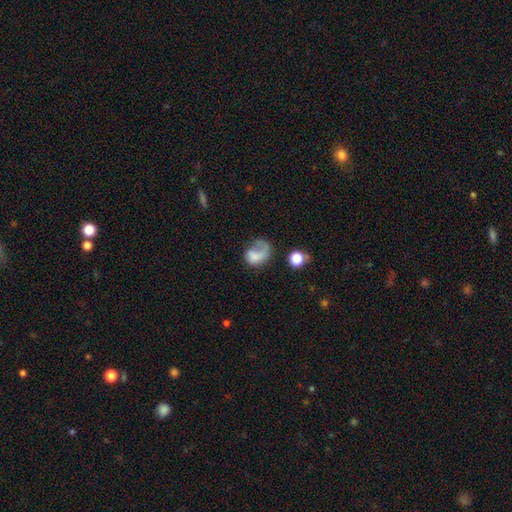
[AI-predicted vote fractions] Smooth or featured: smooth — 54% (featured or disk — 36%)
How rounded: in between — 59% (round — 40%)
Merging: major disturbance — 47% (none — 28%)